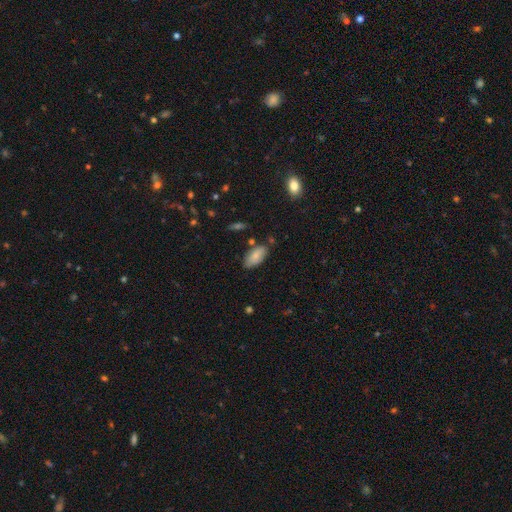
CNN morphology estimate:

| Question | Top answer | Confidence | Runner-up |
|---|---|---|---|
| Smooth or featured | smooth | 82% | featured or disk (11%) |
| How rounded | in between | 93% | cigar-shaped (5%) |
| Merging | none | 75% | minor disturbance (17%) |